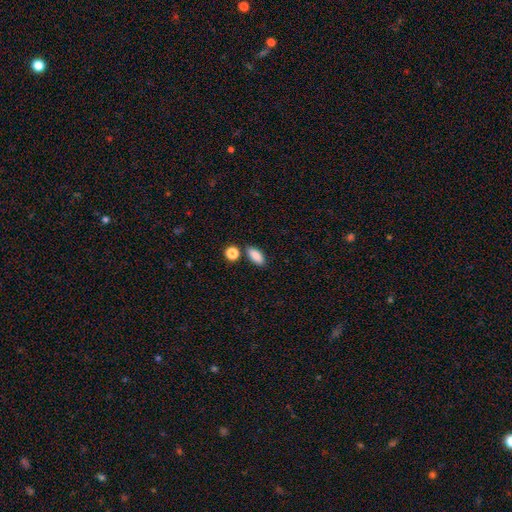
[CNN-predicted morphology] A smooth galaxy with no disk features (87%) that is in between round and cigar-shaped (84%).

Vote fractions:
- Smooth or featured? smooth: 87% / star or artifact: 8% / featured or disk: 5%
- How rounded? in between: 84% / cigar-shaped: 11% / round: 6%
- Merging? none: 79% / minor disturbance: 10% / merger: 8% / major disturbance: 3%